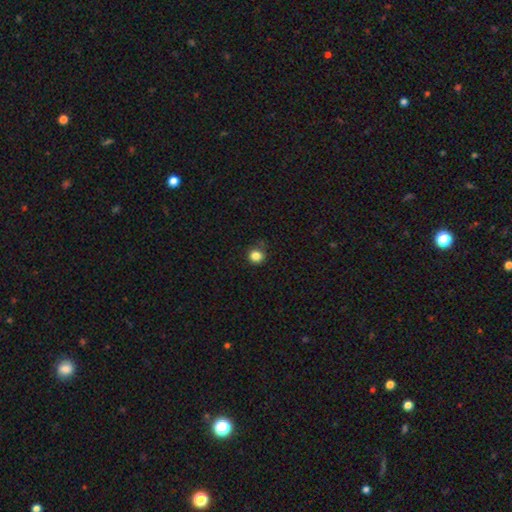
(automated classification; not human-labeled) The model was most divided on "merging": none: 81%, minor disturbance: 14%, major disturbance: 3%, merger: 2%. More confident: how rounded — round (92%); smooth or featured — smooth (84%).